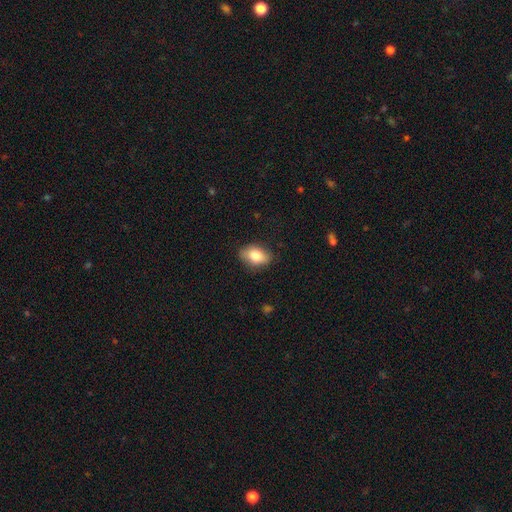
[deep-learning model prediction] Smooth or featured? Predicted: smooth (p=0.81). How rounded? Predicted: in between (p=0.85). Merging? Predicted: none (p=0.81).